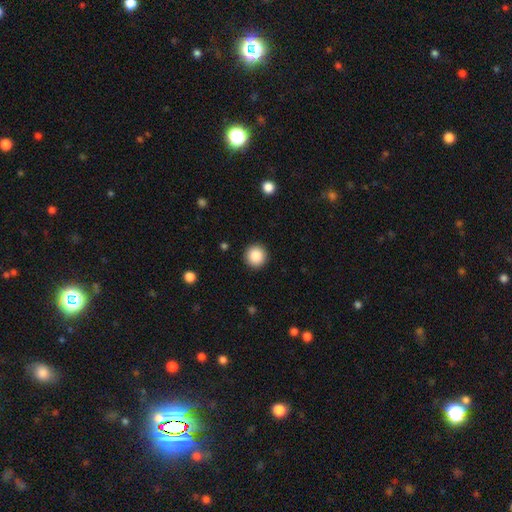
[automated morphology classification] The model was most divided on "smooth or featured": smooth: 88%, star or artifact: 9%, featured or disk: 4%. More confident: how rounded — round (96%); merging — none (92%).